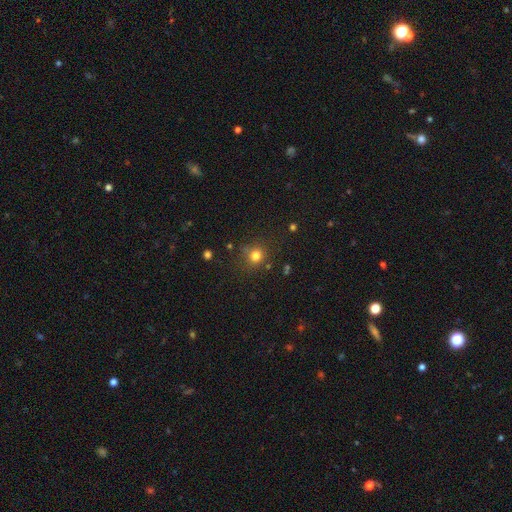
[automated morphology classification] This is likely a smooth galaxy (78%). How rounded: clearly round (86%). Merging: likely none (78%).